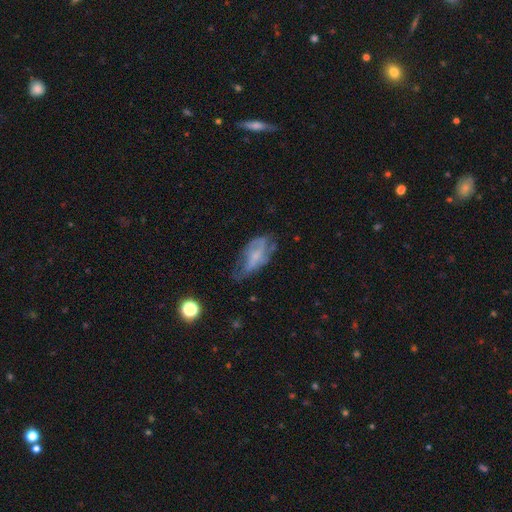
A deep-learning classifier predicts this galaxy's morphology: A featured or disk galaxy (54%). Merging: none (38%).